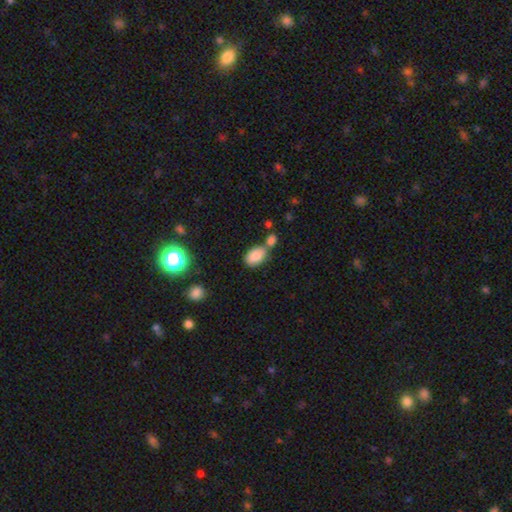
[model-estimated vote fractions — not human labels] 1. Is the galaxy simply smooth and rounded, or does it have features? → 84% smooth, 8% star or artifact, 7% featured or disk.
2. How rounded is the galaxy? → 88% in between, 10% round, 2% cigar-shaped.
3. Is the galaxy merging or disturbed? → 46% none, 36% merger, 14% minor disturbance, 5% major disturbance.